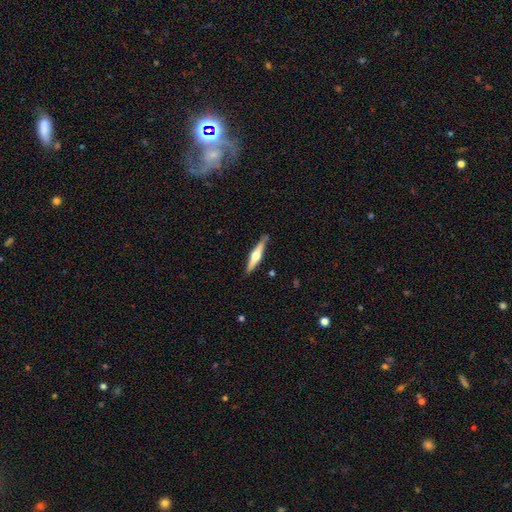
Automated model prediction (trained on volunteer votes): A featured or disk galaxy (63%) viewed edge-on (97%) with a rounded central bulge (92%). Merging: none (86%).